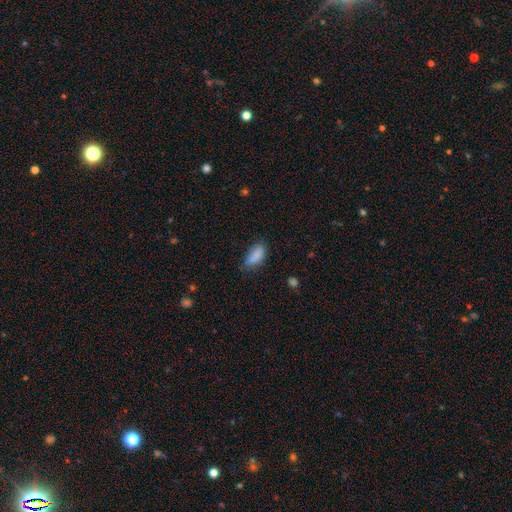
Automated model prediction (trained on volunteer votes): Smooth or featured? Predicted: smooth (p=0.85). How rounded? Predicted: in between (p=0.88). Merging? Predicted: none (p=0.59).